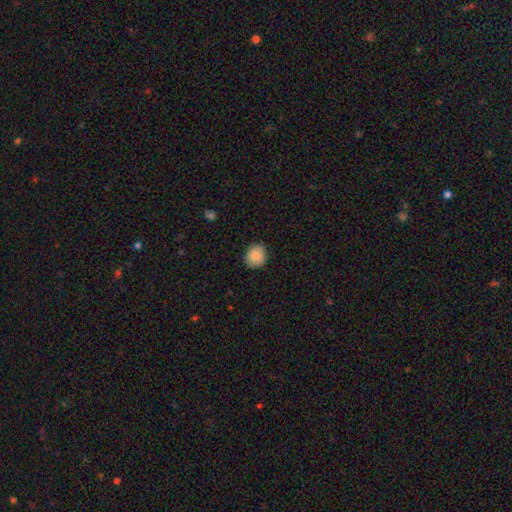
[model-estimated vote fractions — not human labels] This is clearly a smooth galaxy (86%). How rounded: clearly round (84%). Merging: clearly none (87%).